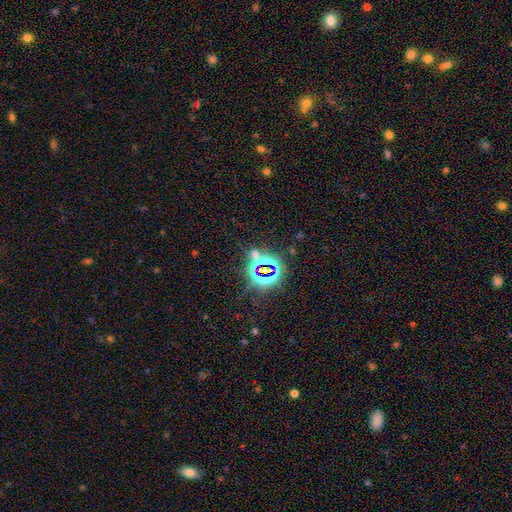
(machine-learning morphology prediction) A star or artifact, not a galaxy (76%).